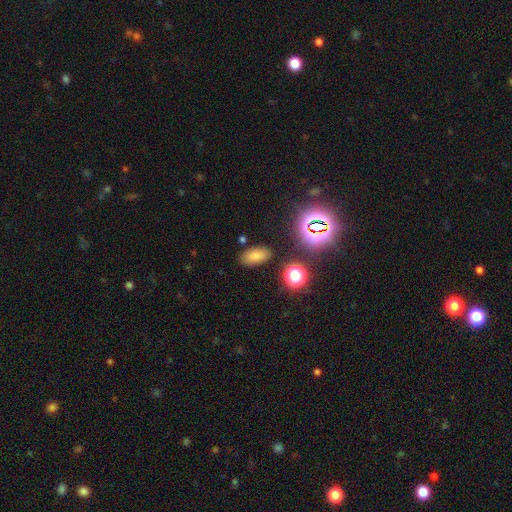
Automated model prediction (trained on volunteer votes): A smooth galaxy with no disk features (72%) that is in between round and cigar-shaped (89%). Merging: none (85%).